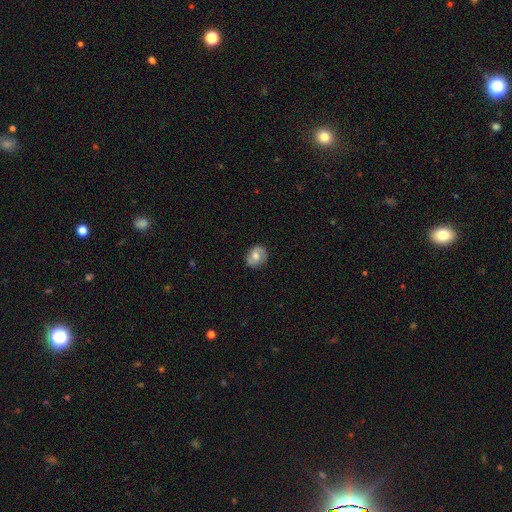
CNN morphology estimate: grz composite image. It shows a featured or disk galaxy (58%) with no bar (53%), spiral arms (85%) and a moderate central bulge (69%). Merging: none (82%).